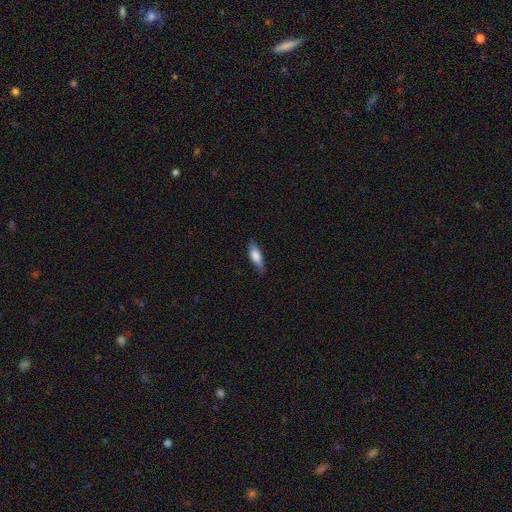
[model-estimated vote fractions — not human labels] This is likely a smooth galaxy (76%). How rounded: possibly in between (58%). Merging: likely none (71%).